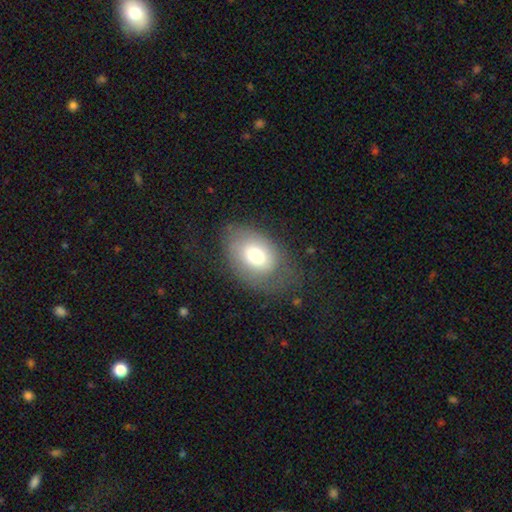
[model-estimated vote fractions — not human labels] smooth 71%, featured or disk 19%, star or artifact 9%. Down the decision tree: how rounded — in between (79%); merging — none (59%).